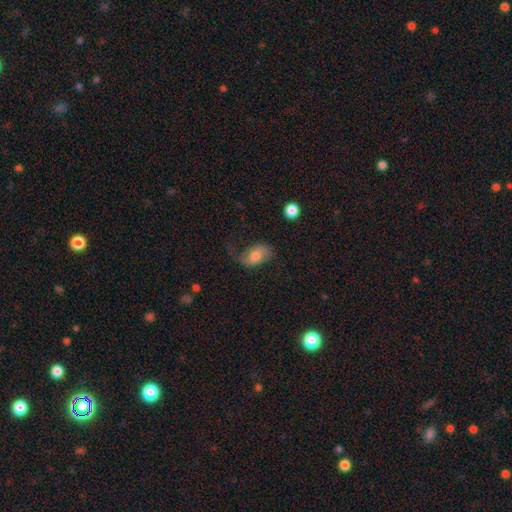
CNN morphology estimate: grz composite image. It shows a smooth galaxy with no disk features (52%) that is in between round and cigar-shaped (86%). Merging: none (48%).